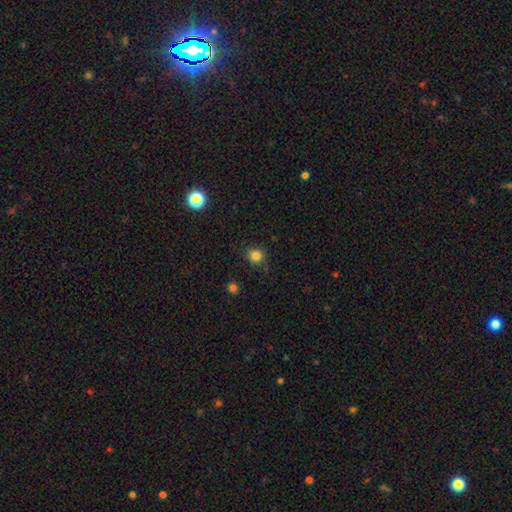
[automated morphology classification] Smooth or featured?
  - smooth: 83% *
  - star or artifact: 13%
  - featured or disk: 4%
How rounded?
  - round: 84% *
  - in between: 15%
  - cigar-shaped: 1%
Merging?
  - none: 85% *
  - minor disturbance: 11%
  - major disturbance: 3%
  - merger: 2%